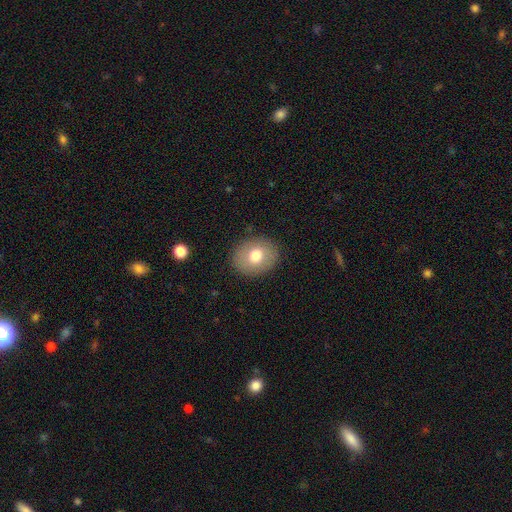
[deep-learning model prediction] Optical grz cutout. It shows a smooth galaxy with no disk features (74%) that is round (56%). Merging: none (88%).